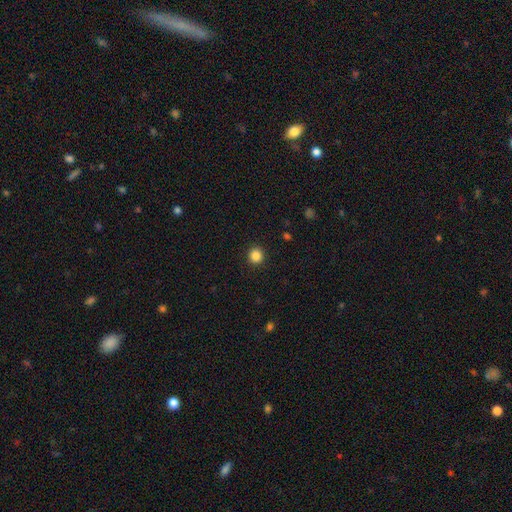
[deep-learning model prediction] This is clearly a smooth galaxy (86%). How rounded: clearly round (92%). Merging: clearly none (92%).